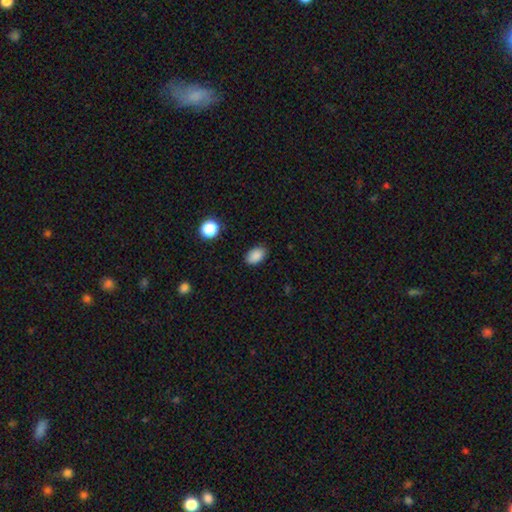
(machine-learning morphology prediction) smooth-or-featured: smooth: 87% | star or artifact: 10% | featured or disk: 4%
  how-rounded: in between: 87% | round: 12% | cigar-shaped: 1%
  merging: none: 84% | minor disturbance: 12% | major disturbance: 3% | merger: 1%